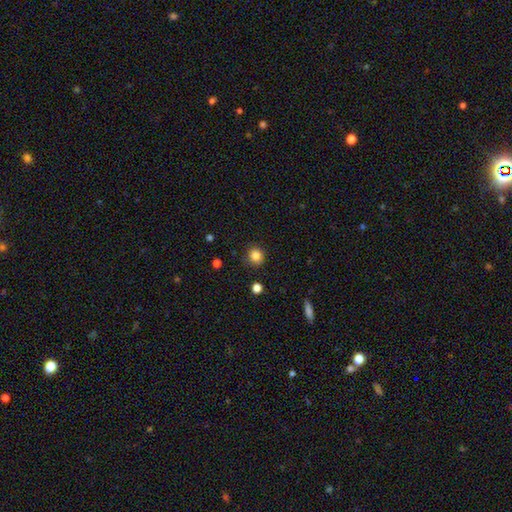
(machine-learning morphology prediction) A smooth galaxy with no disk features (84%) that is round (91%). Merging: none (88%).